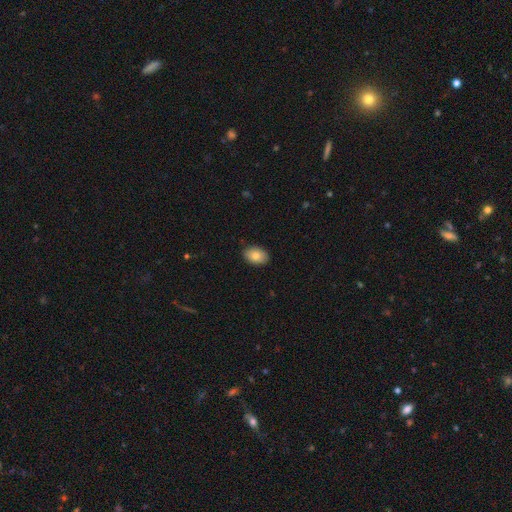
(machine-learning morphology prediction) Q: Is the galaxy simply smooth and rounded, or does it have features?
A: smooth — 82%.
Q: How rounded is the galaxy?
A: in between — 85%.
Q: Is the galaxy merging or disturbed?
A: none — 88%.